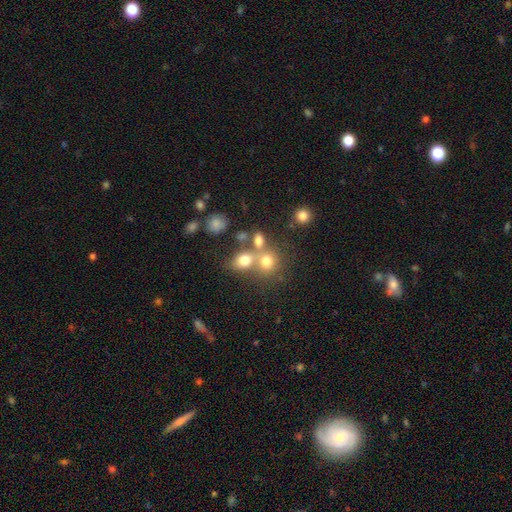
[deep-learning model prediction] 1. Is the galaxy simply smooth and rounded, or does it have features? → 58% smooth, 25% star or artifact, 17% featured or disk.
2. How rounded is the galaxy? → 75% round, 23% in between, 1% cigar-shaped.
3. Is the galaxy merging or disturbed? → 48% none, 39% merger, 8% minor disturbance, 4% major disturbance.